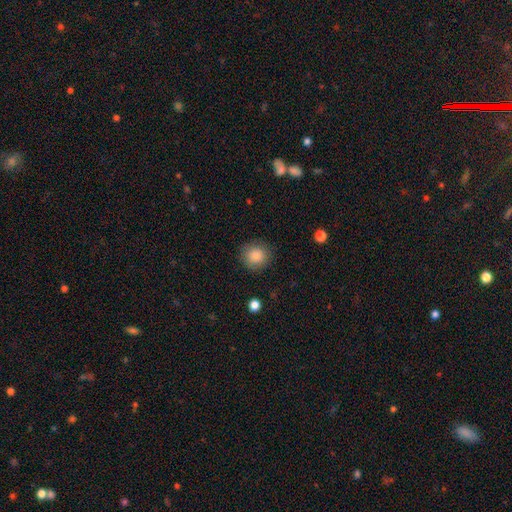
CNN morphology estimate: type=smooth (87%); roundness=round (91%); merging=none (88%).